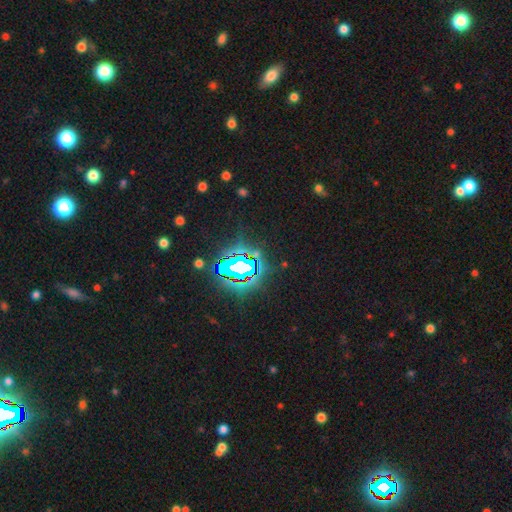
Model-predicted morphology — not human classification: smooth_or_featured: star or artifact (p=0.79) [alt: smooth p=0.11]